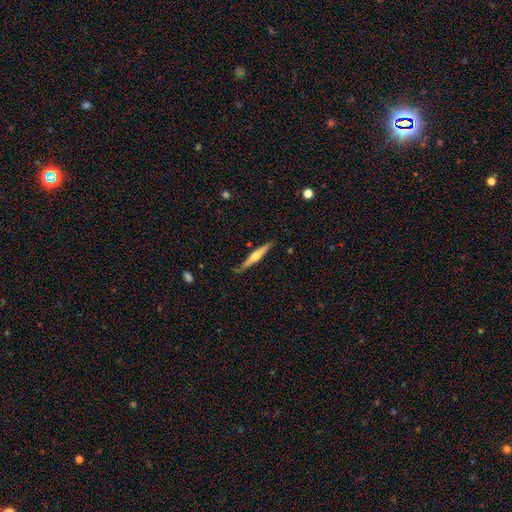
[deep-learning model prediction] The model was most divided on "smooth or featured": featured or disk: 60%, smooth: 35%, star or artifact: 5%. More confident: edge-on disk — yes (97%); edge-on bulge — rounded (84%); merging — none (79%).